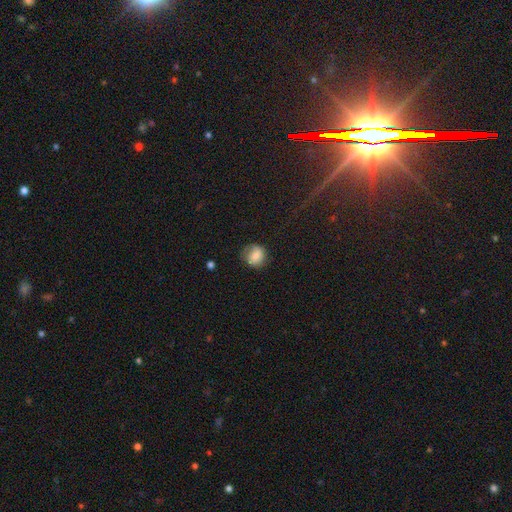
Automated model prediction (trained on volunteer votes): smooth 70%, featured or disk 21%, star or artifact 9%. Down the decision tree: how rounded — round (79%); merging — none (65%).